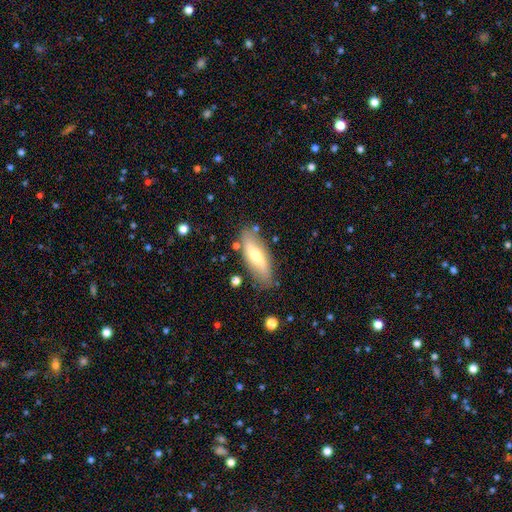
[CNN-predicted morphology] Q: Smooth or featured?
A: smooth (50%); runner-up: featured or disk (44%)
Q: Merging?
A: none (79%); runner-up: minor disturbance (15%)